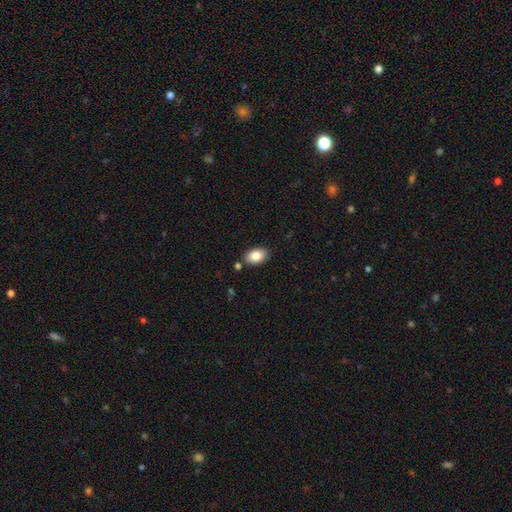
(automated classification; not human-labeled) smooth_or_featured: smooth (p=0.85) [alt: featured or disk p=0.08]
how_rounded: in between (p=0.89) [alt: round p=0.10]
merging: none (p=0.83) [alt: minor disturbance p=0.11]